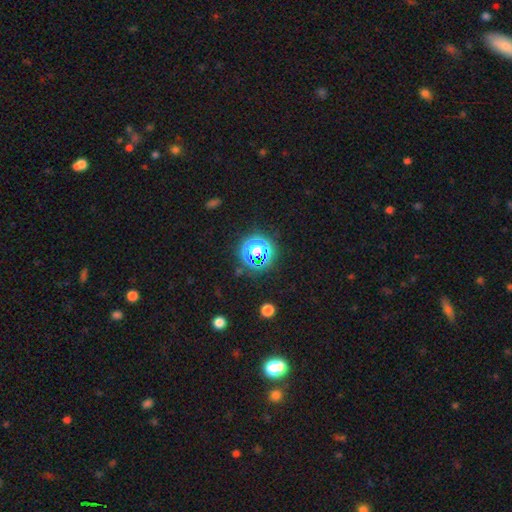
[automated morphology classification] Q: Smooth or featured?
A: star or artifact (63%); runner-up: smooth (28%)